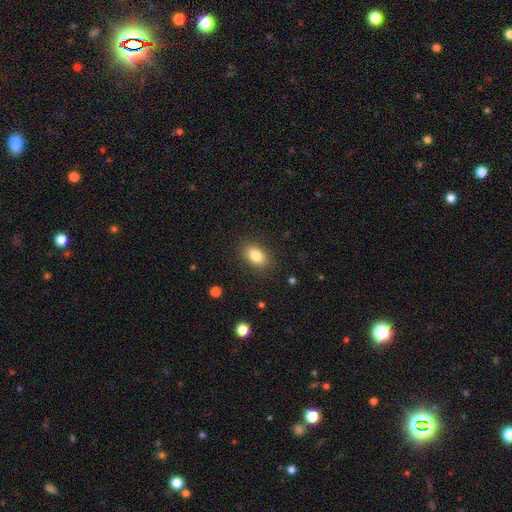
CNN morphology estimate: smooth_or_featured: smooth (p=0.83) [alt: star or artifact p=0.09]
how_rounded: in between (p=0.86) [alt: round p=0.12]
merging: none (p=0.87) [alt: minor disturbance p=0.09]